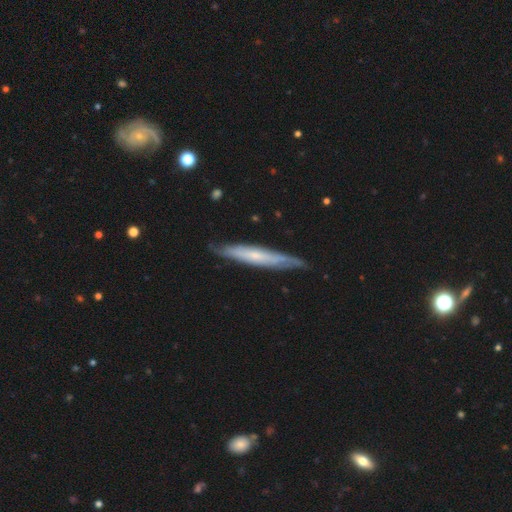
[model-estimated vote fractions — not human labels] Morphology: type=featured or disk (58%); edge-on=yes (76%); merging=none (81%).